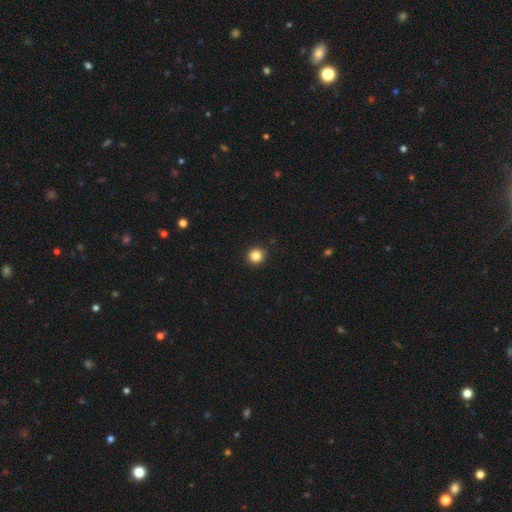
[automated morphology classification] Smooth or featured: smooth — 85% (star or artifact — 11%)
How rounded: round — 94% (in between — 5%)
Merging: none — 92% (minor disturbance — 5%)